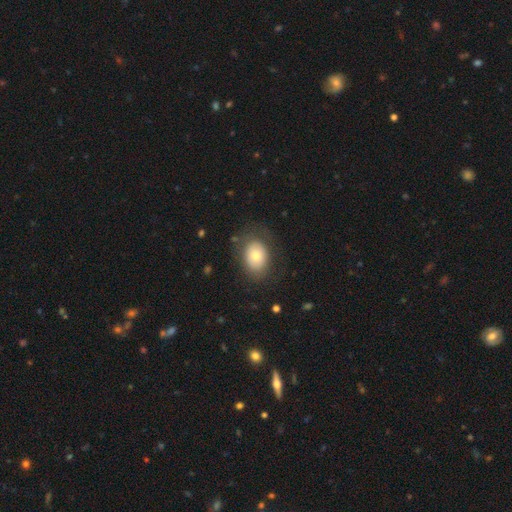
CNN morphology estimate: This is likely a smooth galaxy (74%). How rounded: likely in between (70%). Merging: likely none (76%).